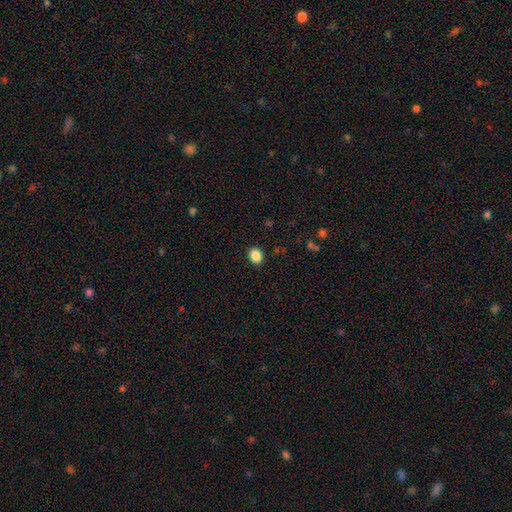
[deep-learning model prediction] Smooth or featured? smooth (87%)
How rounded? in between (54%)
Merging? none (90%)